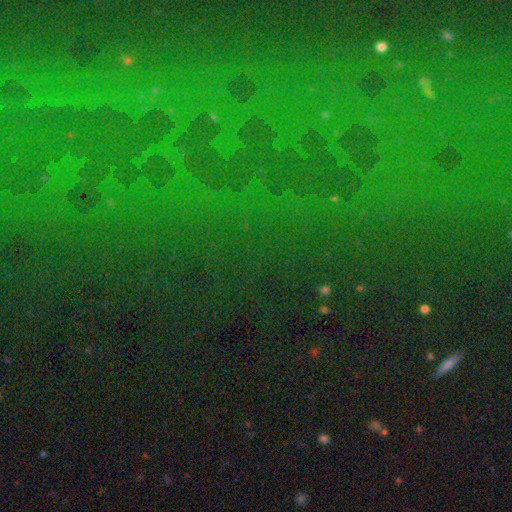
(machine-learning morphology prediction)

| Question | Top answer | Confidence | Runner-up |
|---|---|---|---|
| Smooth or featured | star or artifact | 79% | smooth (11%) |